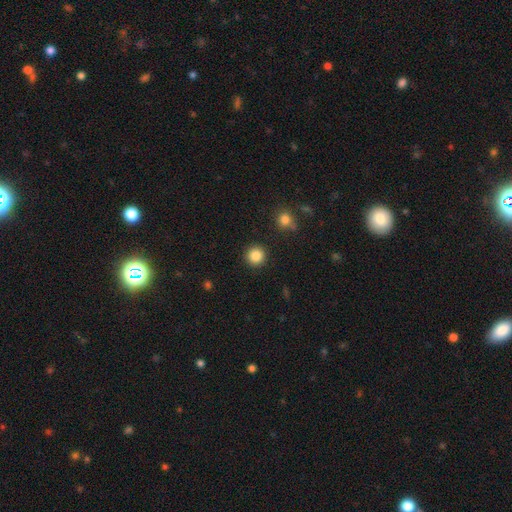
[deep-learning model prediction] A smooth galaxy with no disk features (86%) that is round (95%).

Vote fractions:
- Smooth or featured? smooth: 86% / star or artifact: 10% / featured or disk: 4%
- How rounded? round: 95% / in between: 4% / cigar-shaped: 1%
- Merging? none: 91% / minor disturbance: 5% / major disturbance: 2% / merger: 2%